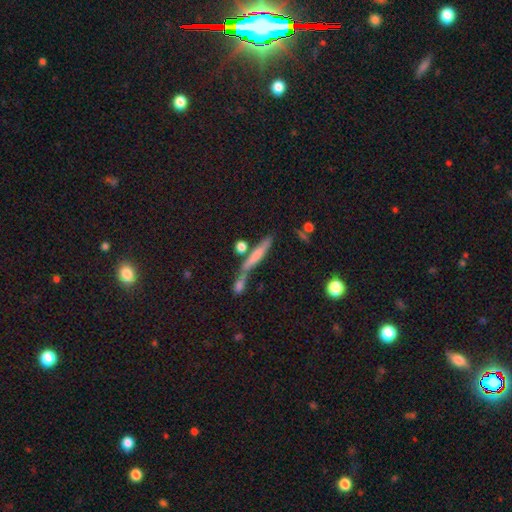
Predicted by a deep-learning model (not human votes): Q: Smooth or featured?
A: smooth (55%); runner-up: featured or disk (34%)
Q: How rounded?
A: cigar-shaped (86%); runner-up: in between (10%)
Q: Merging?
A: none (54%); runner-up: merger (27%)